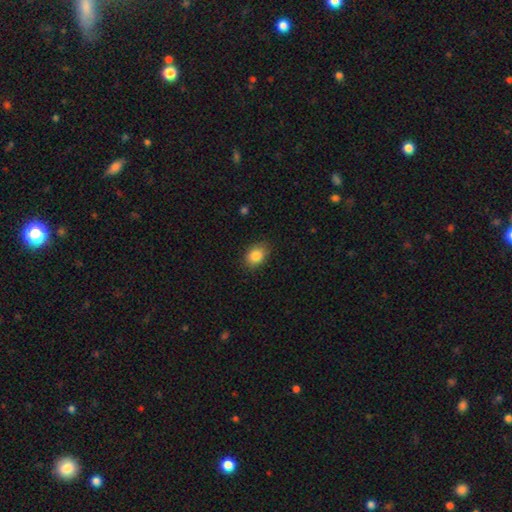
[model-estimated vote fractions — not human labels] A smooth galaxy with no disk features (85%) that is in between round and cigar-shaped (71%). Merging: none (82%).